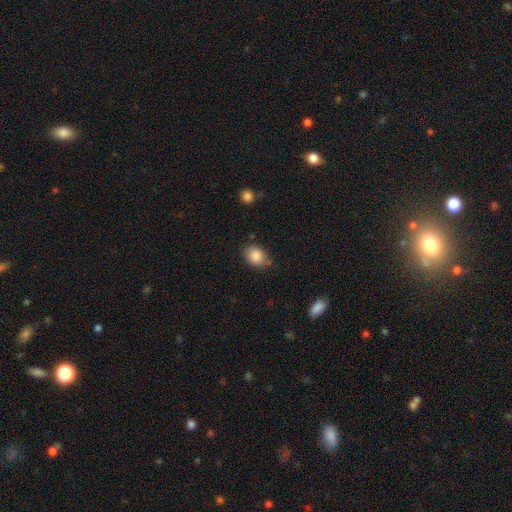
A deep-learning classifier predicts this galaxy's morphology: Smooth or featured? smooth (86%)
How rounded? in between (63%)
Merging? none (73%)